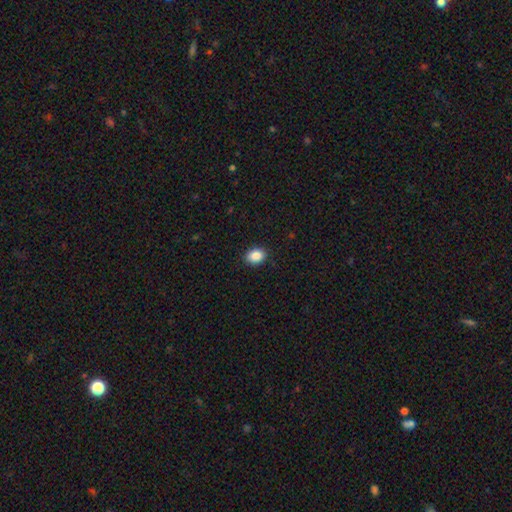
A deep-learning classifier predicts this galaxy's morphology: A smooth galaxy with no disk features (88%) that is in between round and cigar-shaped (68%).

Vote fractions:
- Smooth or featured? smooth: 88% / star or artifact: 9% / featured or disk: 4%
- How rounded? in between: 68% / round: 31% / cigar-shaped: 1%
- Merging? none: 90% / minor disturbance: 7% / major disturbance: 2% / merger: 1%